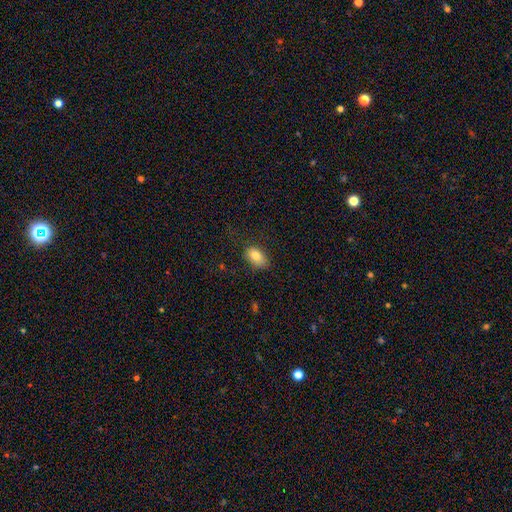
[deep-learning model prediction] smooth-or-featured: smooth: 82% | featured or disk: 9% | star or artifact: 8%
  how-rounded: in between: 89% | round: 9% | cigar-shaped: 2%
  merging: none: 73% | minor disturbance: 20% | major disturbance: 6% | merger: 1%